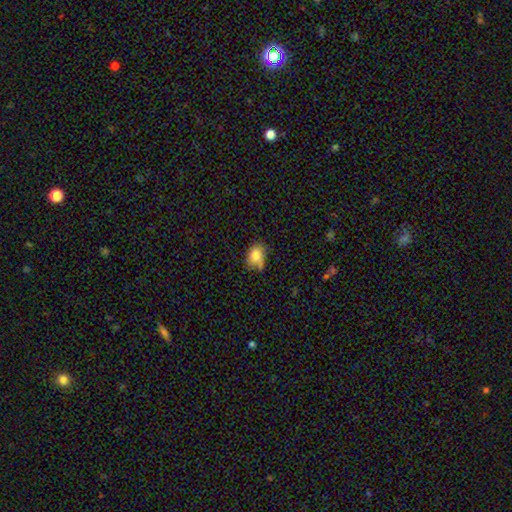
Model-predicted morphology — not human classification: This appears to be a smooth galaxy with no disk features (81%) that is in between round and cigar-shaped (63%). Merging: none (52%).